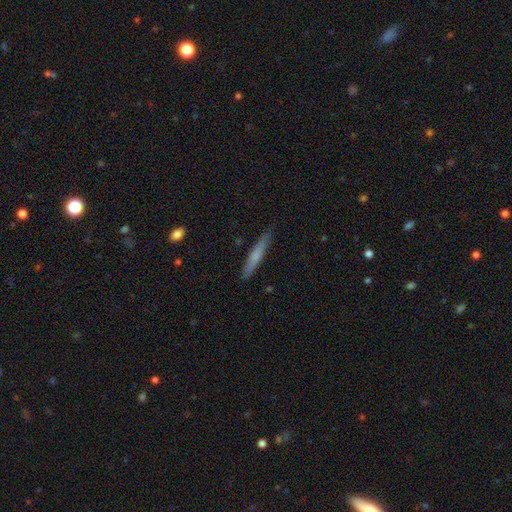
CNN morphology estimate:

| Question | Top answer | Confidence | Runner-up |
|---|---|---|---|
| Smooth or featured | smooth | 61% | featured or disk (33%) |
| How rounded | cigar-shaped | 95% | in between (4%) |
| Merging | none | 89% | minor disturbance (9%) |